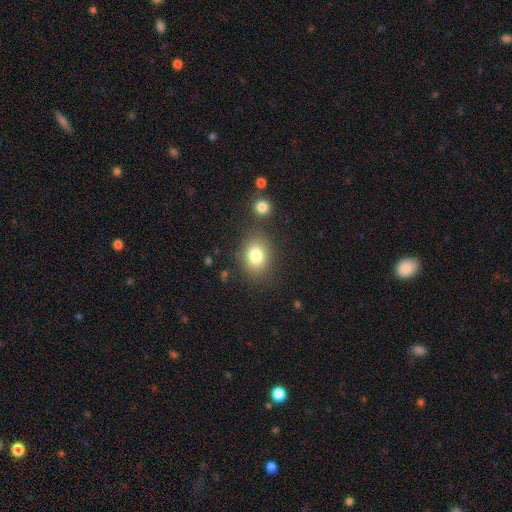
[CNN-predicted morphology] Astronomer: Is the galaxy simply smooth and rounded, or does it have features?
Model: smooth — 80%.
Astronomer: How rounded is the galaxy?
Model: in between — 62% (runner-up: round, 37%).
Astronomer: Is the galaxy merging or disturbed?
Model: none — 78%.